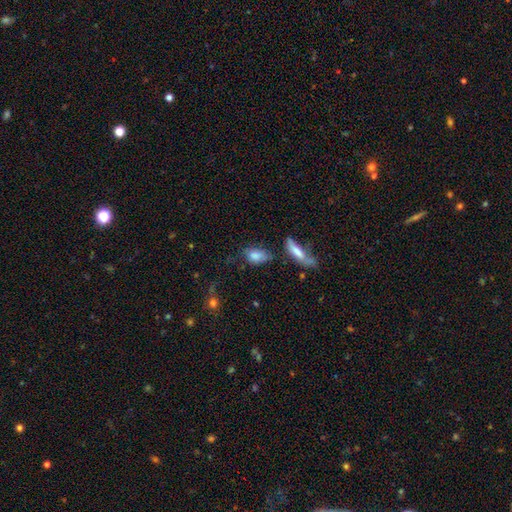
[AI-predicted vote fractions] Morphology: type=smooth (77%); roundness=in between (81%); merging=none (48%).